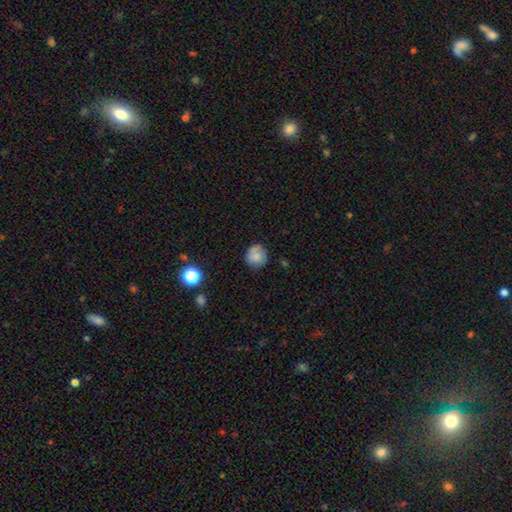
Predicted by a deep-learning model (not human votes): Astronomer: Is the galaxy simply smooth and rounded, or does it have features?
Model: smooth — 71%.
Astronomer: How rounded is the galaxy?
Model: round — 86%.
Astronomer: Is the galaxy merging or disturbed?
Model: none — 71%.